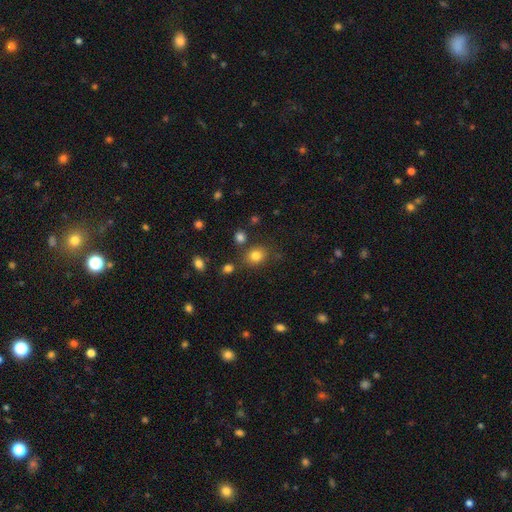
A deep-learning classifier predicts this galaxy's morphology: Smooth or featured?
  - smooth: 80% *
  - star or artifact: 13%
  - featured or disk: 7%
How rounded?
  - round: 67% *
  - in between: 32%
  - cigar-shaped: 1%
Merging?
  - none: 77% *
  - minor disturbance: 12%
  - merger: 7%
  - major disturbance: 4%